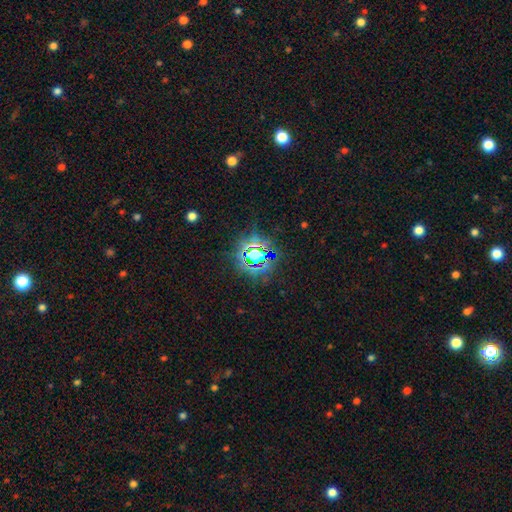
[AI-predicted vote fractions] A star or artifact, not a galaxy (72%).